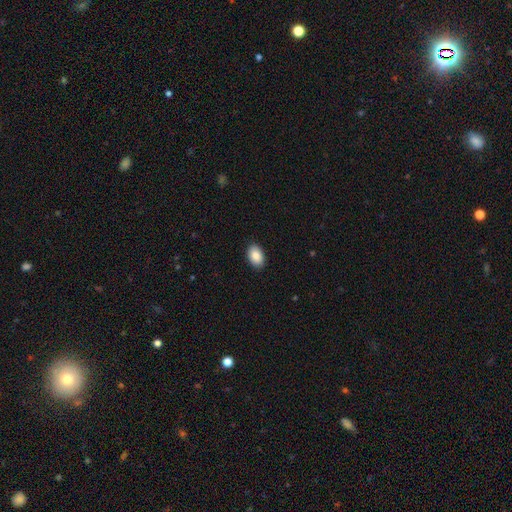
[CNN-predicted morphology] A smooth galaxy with no disk features (88%) that is in between round and cigar-shaped (89%). Merging: none (90%).